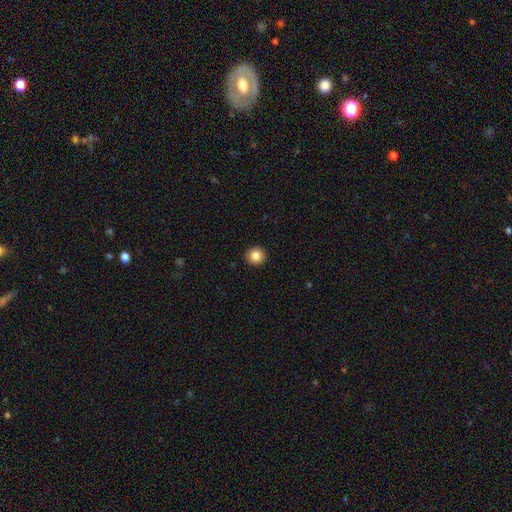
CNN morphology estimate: This is clearly a smooth galaxy (85%). How rounded: clearly round (90%). Merging: clearly none (92%).